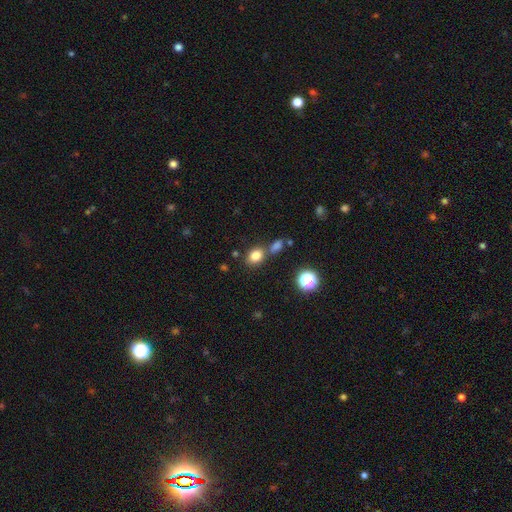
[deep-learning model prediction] This is clearly a smooth galaxy (80%). How rounded: likely in between (61%). Merging: likely none (64%).